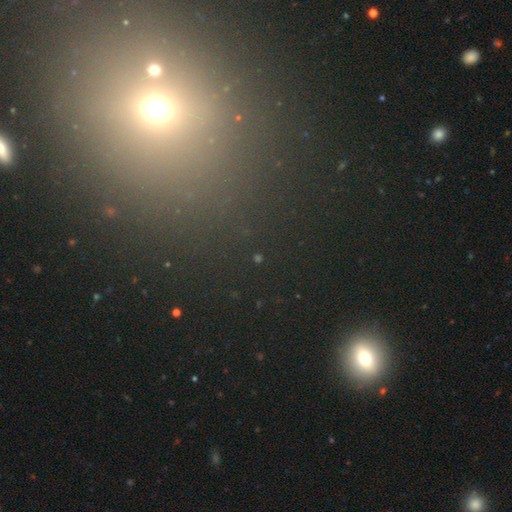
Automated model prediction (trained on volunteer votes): The model was most divided on "smooth or featured": star or artifact: 53%, smooth: 35%, featured or disk: 13%.